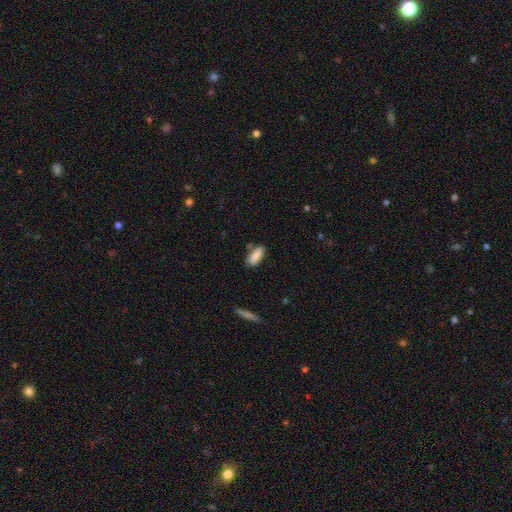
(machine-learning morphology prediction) Smooth or featured? smooth (85%)
How rounded? in between (68%)
Merging? none (72%)